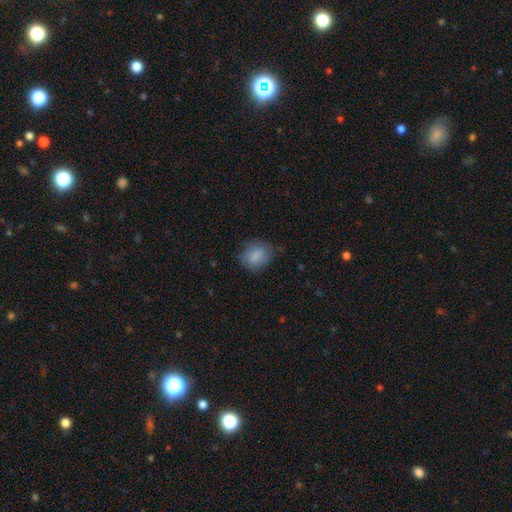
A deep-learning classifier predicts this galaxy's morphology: A smooth galaxy with no disk features (81%) that is in between round and cigar-shaped (59%). Merging: none (67%).